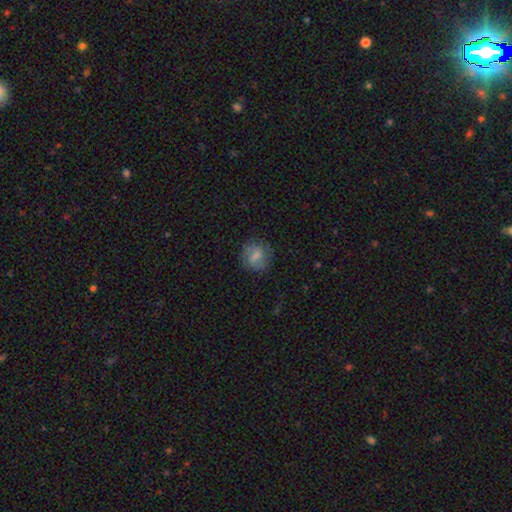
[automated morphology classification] This is possibly a smooth galaxy (54%). How rounded: clearly round (82%). Merging: likely none (76%).